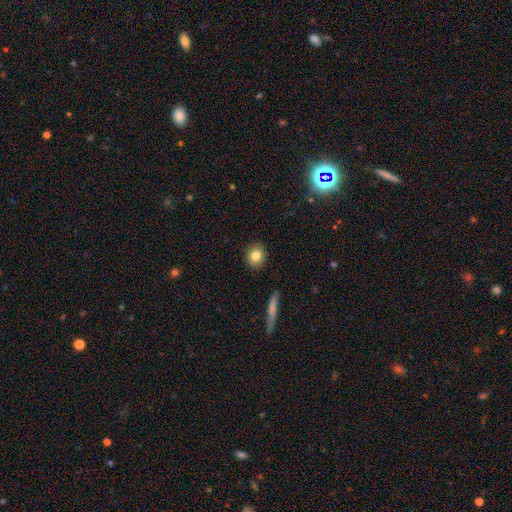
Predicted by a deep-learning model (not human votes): smooth-or-featured: smooth: 82% | star or artifact: 9% | featured or disk: 9%
  how-rounded: round: 75% | in between: 23% | cigar-shaped: 2%
  merging: none: 90% | minor disturbance: 7% | major disturbance: 2% | merger: 1%